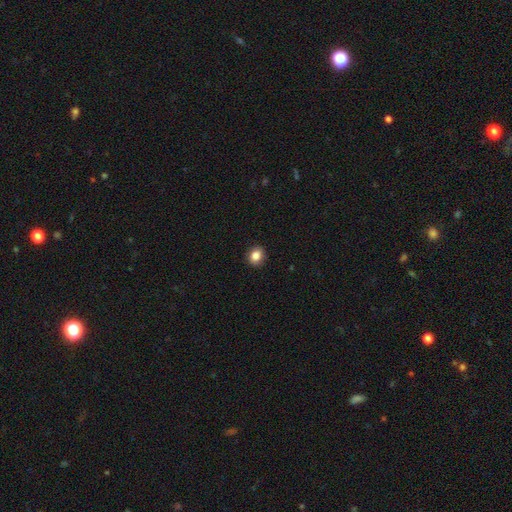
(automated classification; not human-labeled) Overall: smooth (86%). How rounded: round (69%; in between 30%). Merging: none (90%).